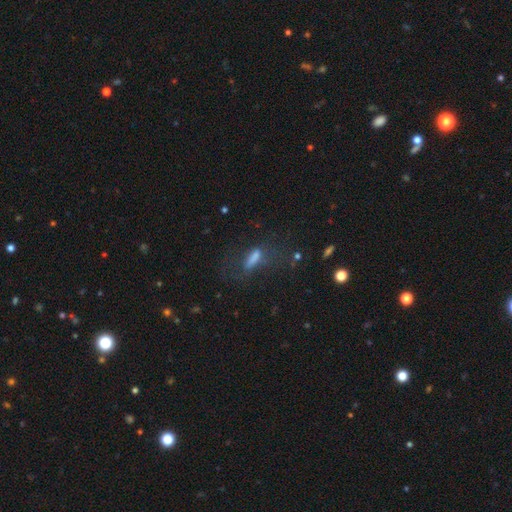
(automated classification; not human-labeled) smooth_or_featured: smooth (p=0.39) [alt: featured or disk p=0.33]
merging: none (p=0.56) [alt: major disturbance p=0.22]